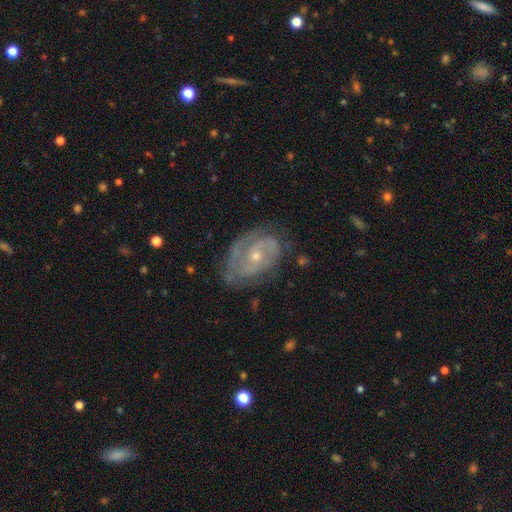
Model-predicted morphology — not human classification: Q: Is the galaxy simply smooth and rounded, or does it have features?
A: featured or disk — 82%.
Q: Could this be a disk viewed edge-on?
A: no — 96%.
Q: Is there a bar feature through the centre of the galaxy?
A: no — 66%.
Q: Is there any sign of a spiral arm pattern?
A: yes — 90%.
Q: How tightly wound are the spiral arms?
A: tight — 56%.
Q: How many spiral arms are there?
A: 2 — 54%.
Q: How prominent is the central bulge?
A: small — 57%.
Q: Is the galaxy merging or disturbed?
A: none — 64%.